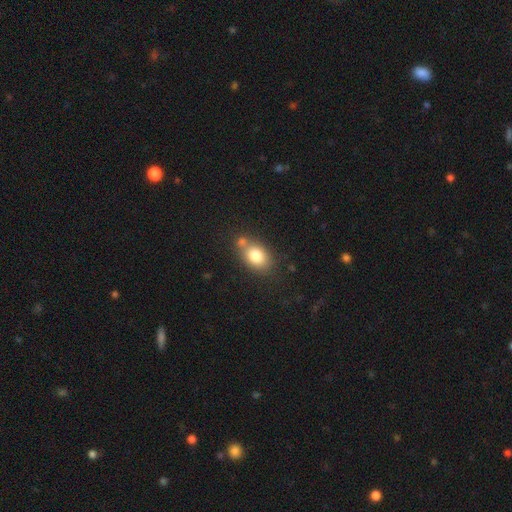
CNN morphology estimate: This is likely a smooth galaxy (80%). How rounded: likely in between (73%). Merging: possibly none (58%).